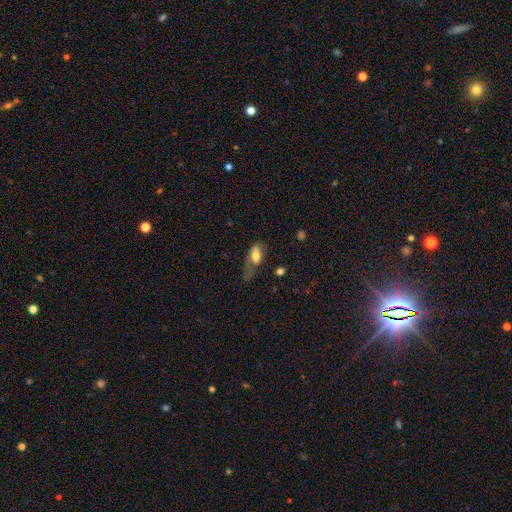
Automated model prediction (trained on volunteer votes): A smooth galaxy with no disk features (64%) that is in between round and cigar-shaped (83%). Merging: major disturbance (46%).